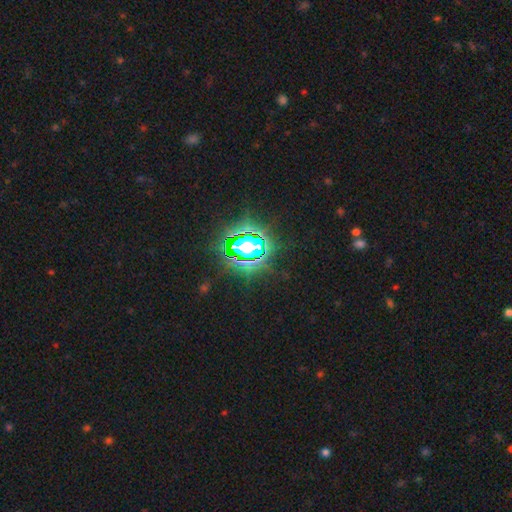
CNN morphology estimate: Overall: star or artifact (76%).